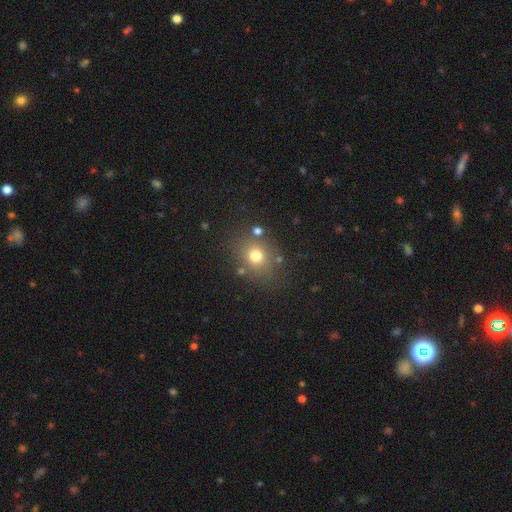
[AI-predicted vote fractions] Smooth or featured? Predicted: smooth (p=0.72). How rounded? Predicted: round (p=0.67). Merging? Predicted: none (p=0.77).